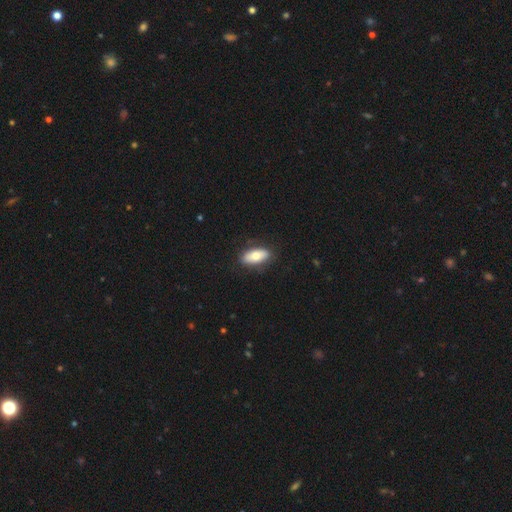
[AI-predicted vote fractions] A smooth galaxy with no disk features (73%) that is in between round and cigar-shaped (85%). Merging: none (84%).